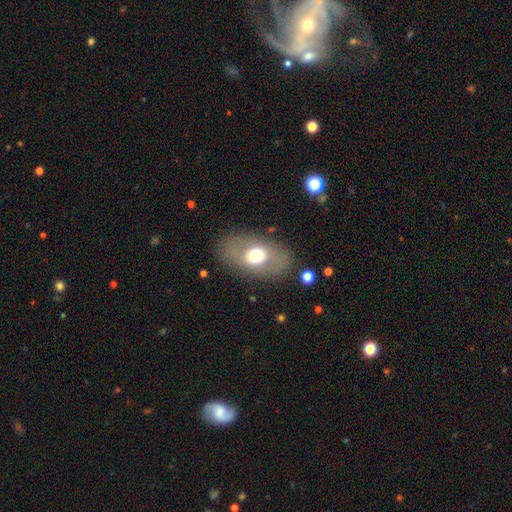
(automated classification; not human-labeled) Morphology: type=smooth (61%); roundness=in between (85%); merging=none (82%).